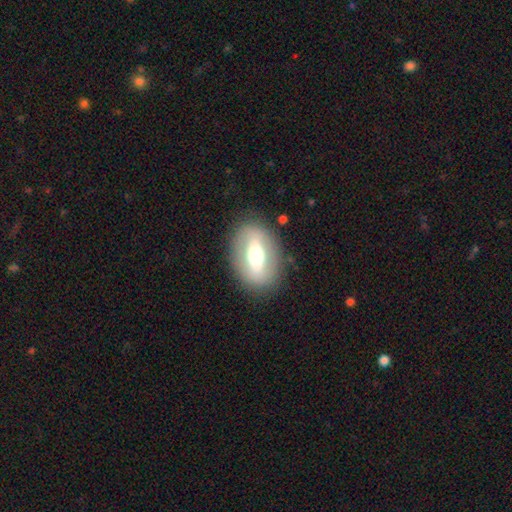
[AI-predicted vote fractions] The model was most divided on "smooth or featured": featured or disk: 52%, smooth: 40%, star or artifact: 7%. More confident: merging — none (84%); edge-on disk — no (75%).